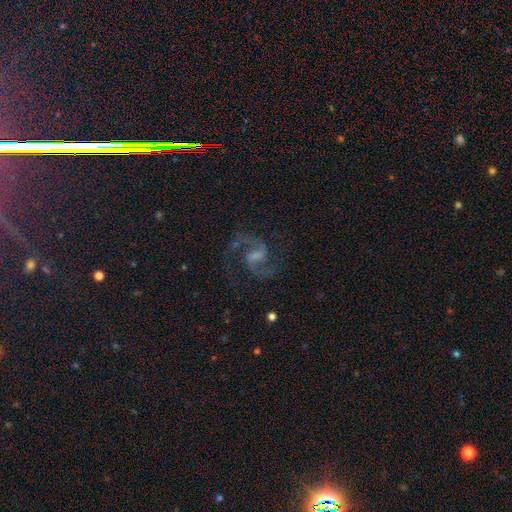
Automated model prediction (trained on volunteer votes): This appears to be a featured or disk galaxy (89%) with a weak bar (55%), 2 (94%) medium (63%) spiral arms (98%) and a small central bulge (33%). Merging: none (78%).